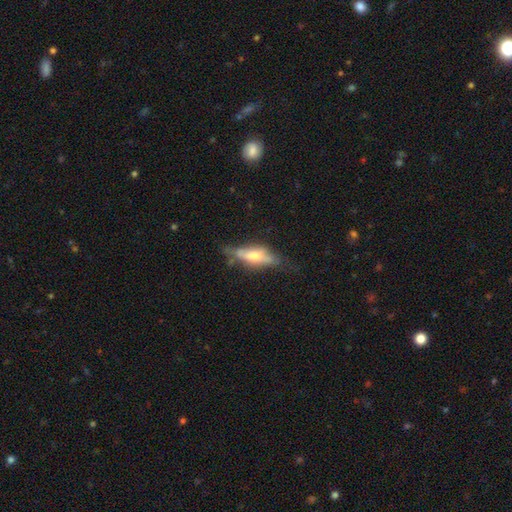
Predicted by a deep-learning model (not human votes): The model was most divided on "smooth or featured": featured or disk: 51%, smooth: 42%, star or artifact: 7%. More confident: edge-on disk — yes (76%); merging — none (56%).